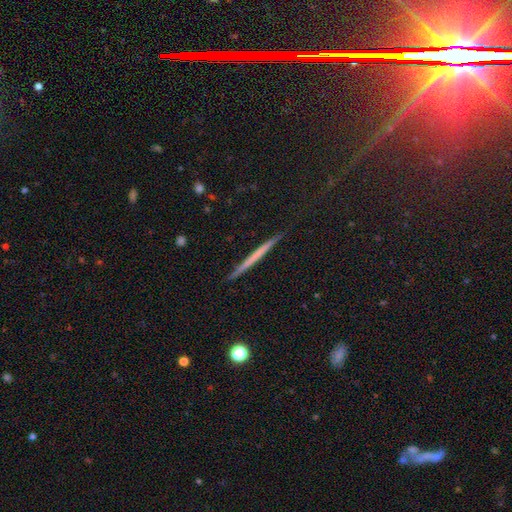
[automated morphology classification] Q: Smooth or featured?
A: smooth (47%); runner-up: featured or disk (44%)
Q: Merging?
A: none (91%); runner-up: minor disturbance (6%)